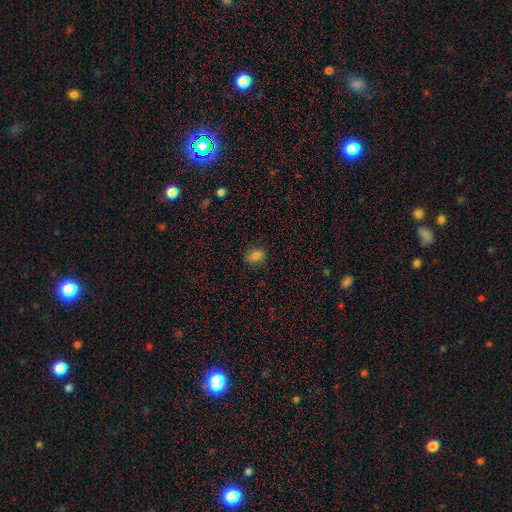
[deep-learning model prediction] A smooth galaxy with no disk features (80%) that is in between round and cigar-shaped (57%).

Vote fractions:
- Smooth or featured? smooth: 80% / star or artifact: 12% / featured or disk: 8%
- How rounded? in between: 57% / round: 41% / cigar-shaped: 1%
- Merging? none: 84% / minor disturbance: 13% / major disturbance: 3% / merger: 1%